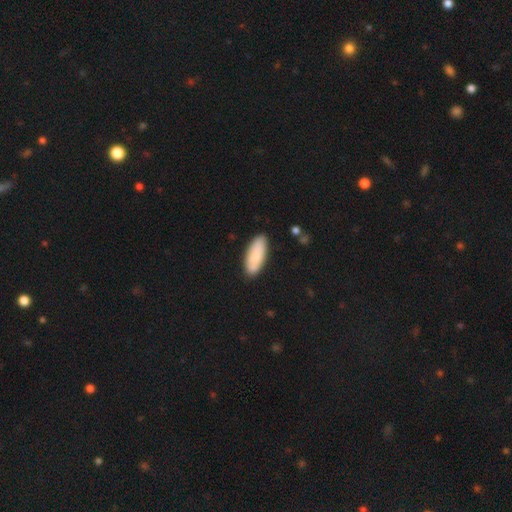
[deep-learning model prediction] Smooth or featured: smooth — 85% (featured or disk — 10%)
How rounded: in between — 75% (cigar-shaped — 24%)
Merging: none — 85% (minor disturbance — 11%)